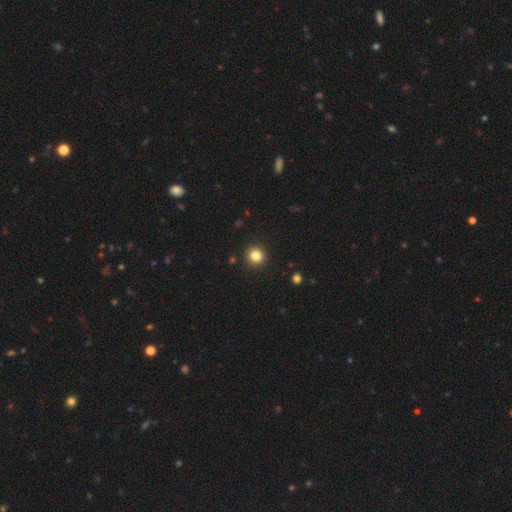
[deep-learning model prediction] A smooth galaxy with no disk features (83%) that is round (94%).

Vote fractions:
- Smooth or featured? smooth: 83% / star or artifact: 12% / featured or disk: 5%
- How rounded? round: 94% / in between: 5% / cigar-shaped: 1%
- Merging? none: 93% / minor disturbance: 4% / major disturbance: 2% / merger: 1%